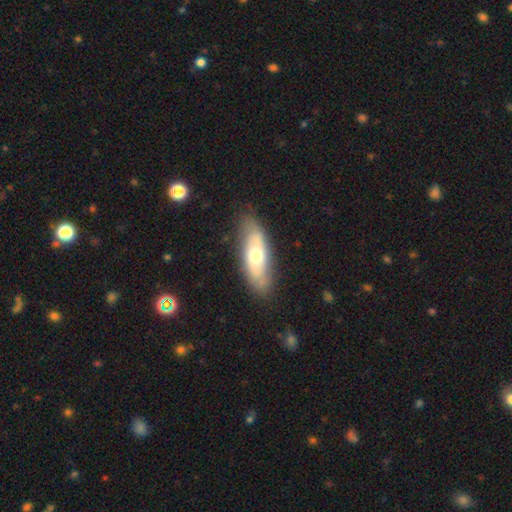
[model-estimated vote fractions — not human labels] featured or disk 48%, smooth 46%, star or artifact 6%. Down the decision tree: merging — none (79%).